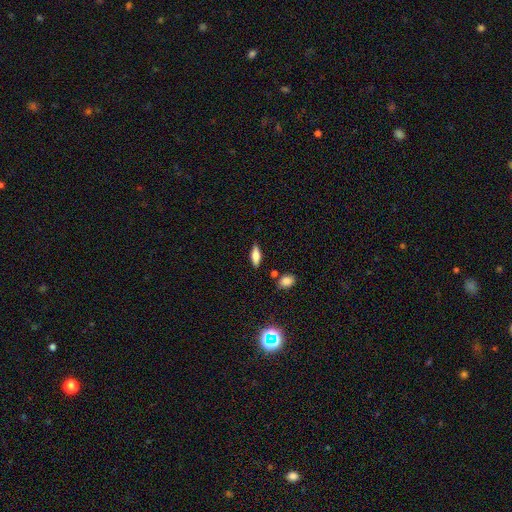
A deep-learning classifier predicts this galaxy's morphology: Smooth or featured: smooth — 72% (featured or disk — 21%)
How rounded: in between — 66% (cigar-shaped — 31%)
Merging: none — 81% (minor disturbance — 12%)